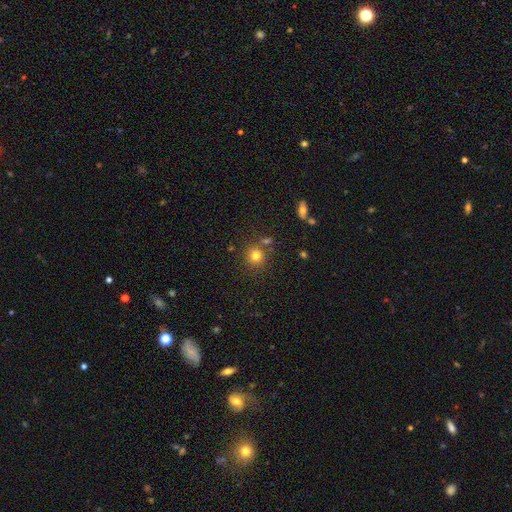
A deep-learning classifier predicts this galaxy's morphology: Smooth or featured? Predicted: smooth (p=0.78). How rounded? Predicted: round (p=0.90). Merging? Predicted: none (p=0.78).